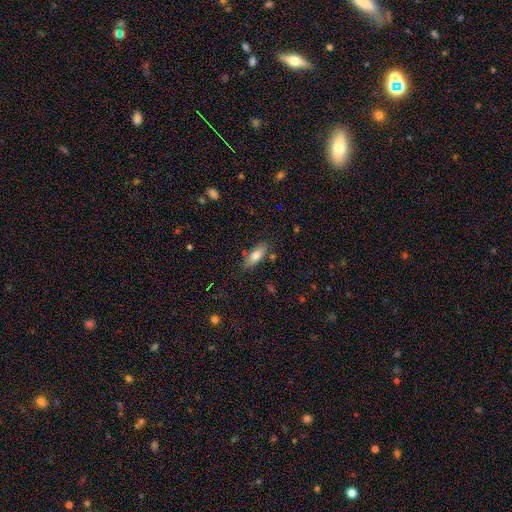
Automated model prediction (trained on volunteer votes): smooth-or-featured: smooth: 75% | featured or disk: 18% | star or artifact: 7%
  how-rounded: in between: 75% | cigar-shaped: 22% | round: 3%
  merging: none: 79% | minor disturbance: 14% | merger: 4% | major disturbance: 3%